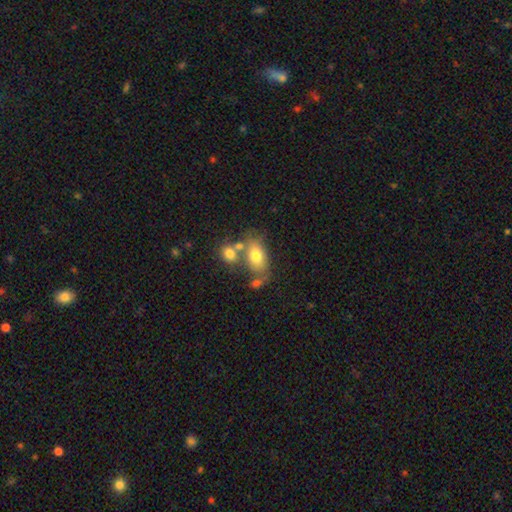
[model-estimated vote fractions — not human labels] This is likely a smooth galaxy (71%). How rounded: clearly in between (88%). Merging: marginally none (44%).